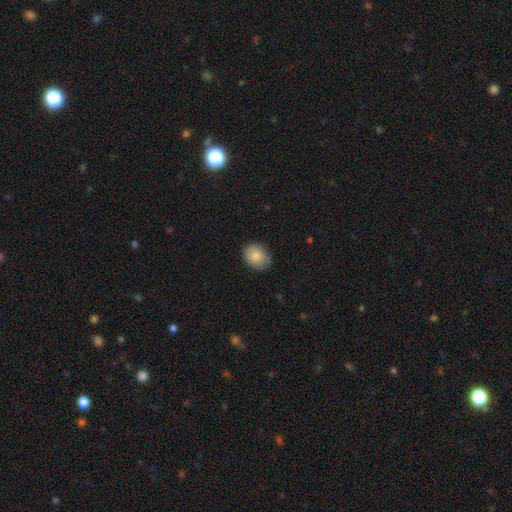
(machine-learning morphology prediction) A smooth galaxy with no disk features (83%) that is in between round and cigar-shaped (50%).

Vote fractions:
- Smooth or featured? smooth: 83% / featured or disk: 9% / star or artifact: 7%
- How rounded? in between: 50% / round: 49% / cigar-shaped: 1%
- Merging? none: 80% / minor disturbance: 17% / major disturbance: 3% / merger: 1%